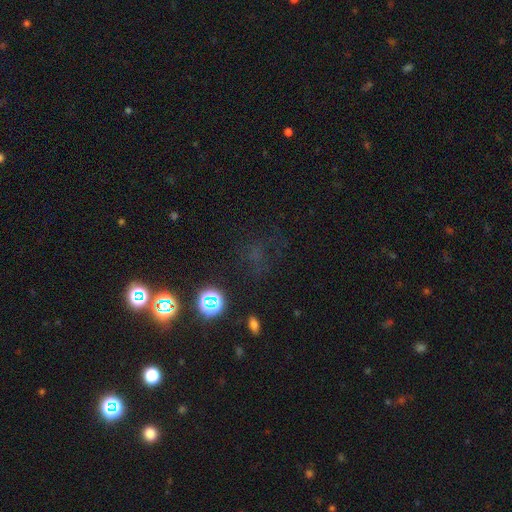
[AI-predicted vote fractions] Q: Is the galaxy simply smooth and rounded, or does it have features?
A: star or artifact — 51%.